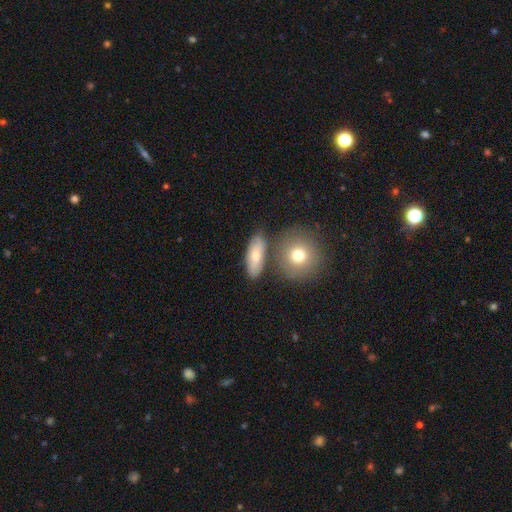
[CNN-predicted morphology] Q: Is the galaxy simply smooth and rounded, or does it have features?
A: smooth — 66%.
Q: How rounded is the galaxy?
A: in between — 67%.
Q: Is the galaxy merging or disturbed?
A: none — 69%.